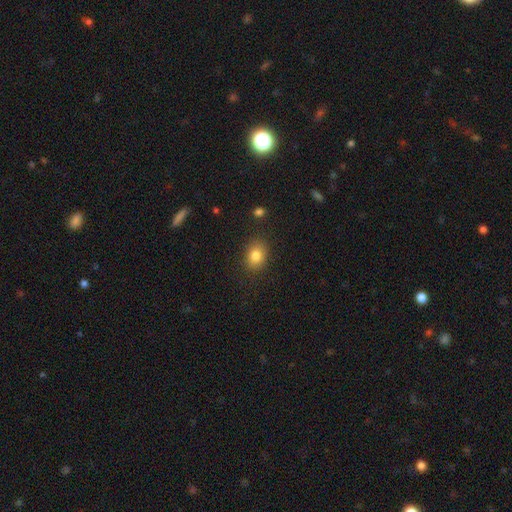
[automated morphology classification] The model was most divided on "how rounded": in between: 57%, round: 42%, cigar-shaped: 1%. More confident: merging — none (85%); smooth or featured — smooth (82%).